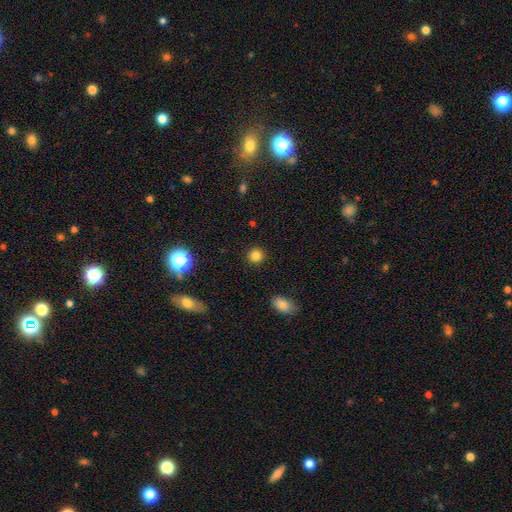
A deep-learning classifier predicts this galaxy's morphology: type=smooth (83%); roundness=round (92%); merging=none (92%).